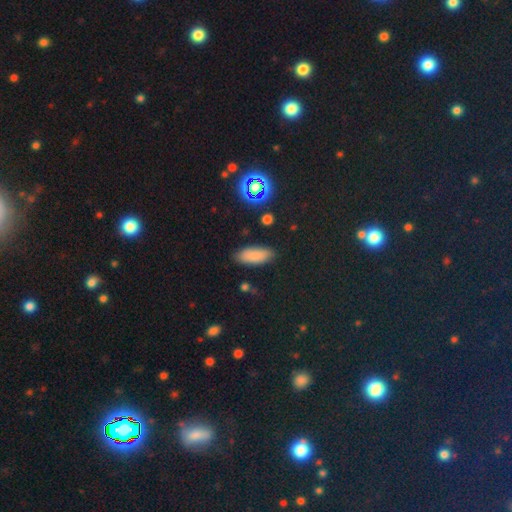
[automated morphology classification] This is clearly a smooth galaxy (82%). How rounded: likely in between (78%). Merging: clearly none (83%).